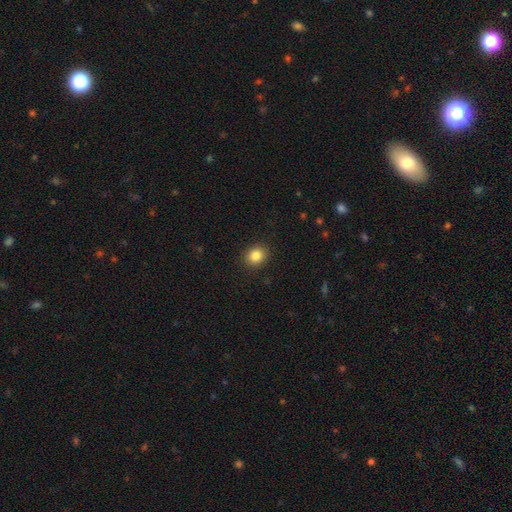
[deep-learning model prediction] Smooth or featured?
  - smooth: 85% *
  - star or artifact: 10%
  - featured or disk: 5%
How rounded?
  - round: 69% *
  - in between: 30%
  - cigar-shaped: 1%
Merging?
  - none: 90% *
  - minor disturbance: 7%
  - major disturbance: 2%
  - merger: 1%